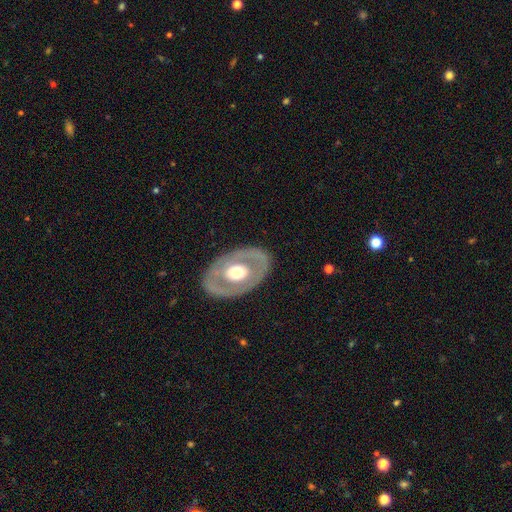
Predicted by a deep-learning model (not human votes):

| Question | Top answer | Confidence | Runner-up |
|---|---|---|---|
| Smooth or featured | featured or disk | 64% | smooth (31%) |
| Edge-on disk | no | 90% | yes (10%) |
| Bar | no | 83% | weak (12%) |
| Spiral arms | no | 84% | yes (16%) |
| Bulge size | moderate | 63% | large (29%) |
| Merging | none | 83% | minor disturbance (11%) |